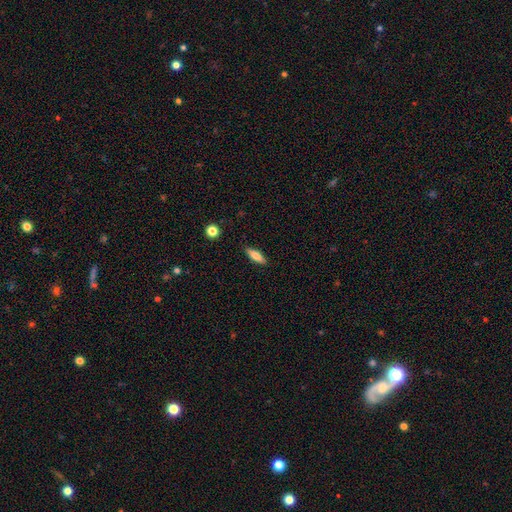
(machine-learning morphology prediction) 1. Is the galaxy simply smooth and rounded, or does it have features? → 65% smooth, 29% featured or disk, 7% star or artifact.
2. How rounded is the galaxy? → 52% cigar-shaped, 46% in between, 3% round.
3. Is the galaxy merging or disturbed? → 88% none, 8% minor disturbance, 2% major disturbance, 1% merger.